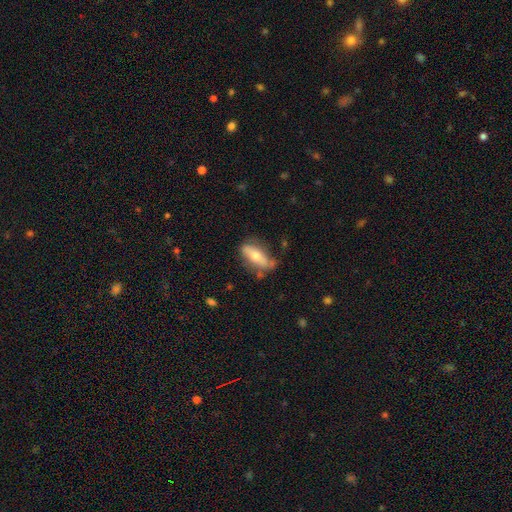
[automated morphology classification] Smooth or featured: smooth — 56% (featured or disk — 38%)
How rounded: in between — 66% (cigar-shaped — 31%)
Merging: none — 61% (minor disturbance — 26%)